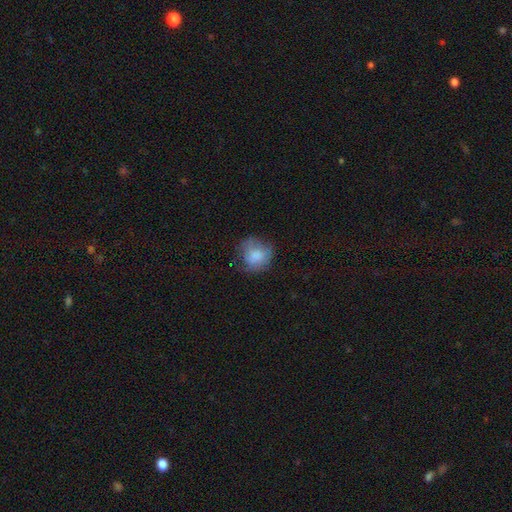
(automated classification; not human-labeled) Morphology: type=smooth (71%); roundness=round (79%); merging=none (57%).